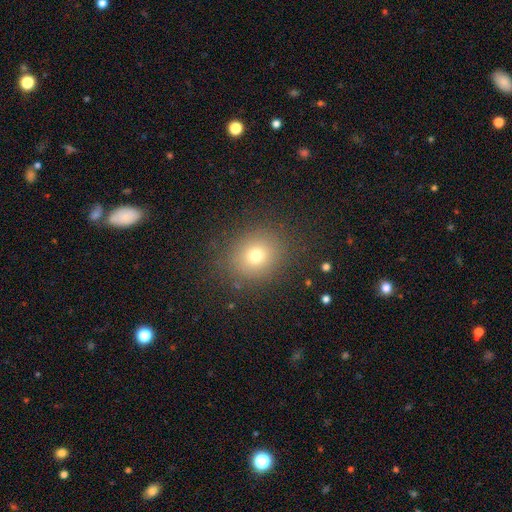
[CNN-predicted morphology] Smooth or featured?
  - smooth: 72% *
  - star or artifact: 17%
  - featured or disk: 11%
How rounded?
  - round: 72% *
  - in between: 27%
  - cigar-shaped: 1%
Merging?
  - none: 86% *
  - minor disturbance: 9%
  - major disturbance: 4%
  - merger: 1%